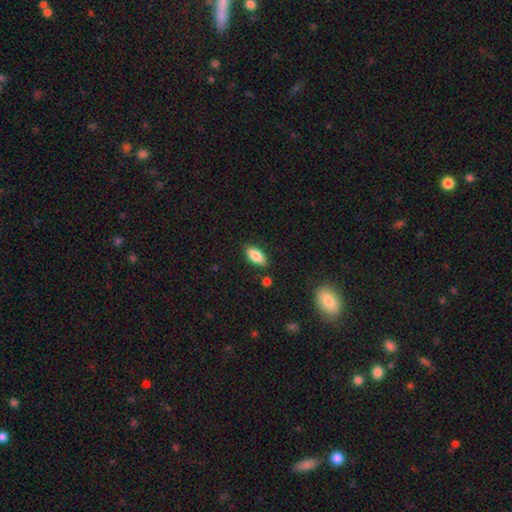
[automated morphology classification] A smooth galaxy with no disk features (82%) that is in between round and cigar-shaped (85%).

Vote fractions:
- Smooth or featured? smooth: 82% / featured or disk: 12% / star or artifact: 7%
- How rounded? in between: 85% / cigar-shaped: 13% / round: 2%
- Merging? none: 84% / minor disturbance: 12% / merger: 3% / major disturbance: 2%